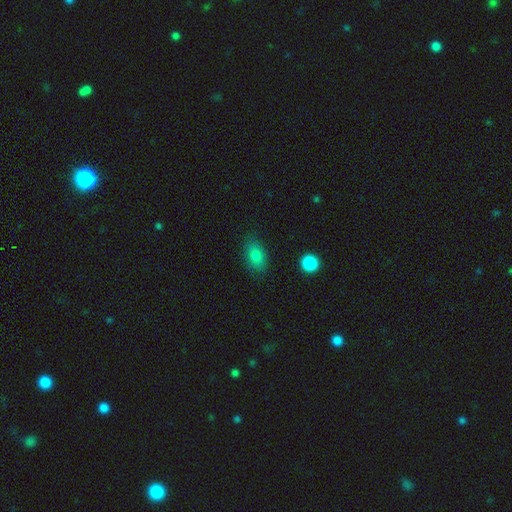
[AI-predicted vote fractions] Smooth or featured? smooth (82%)
How rounded? in between (87%)
Merging? none (81%)